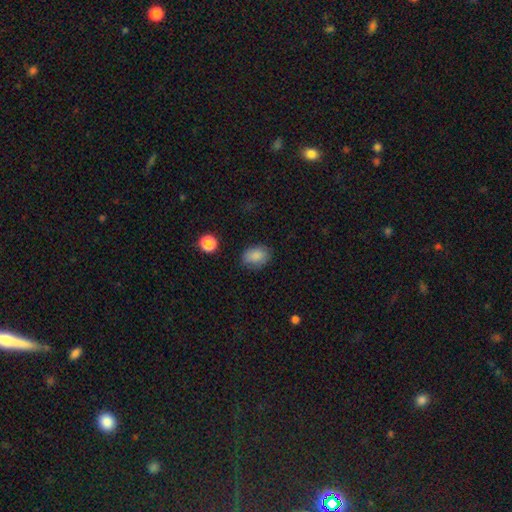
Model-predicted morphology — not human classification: smooth 85%, star or artifact 9%, featured or disk 6%. Down the decision tree: how rounded — in between (74%); merging — none (78%).